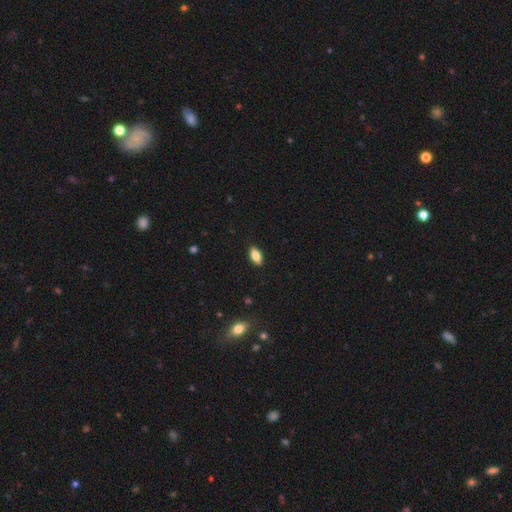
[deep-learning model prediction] Overall: smooth (75%). How rounded: in between (85%). Merging: none (88%).